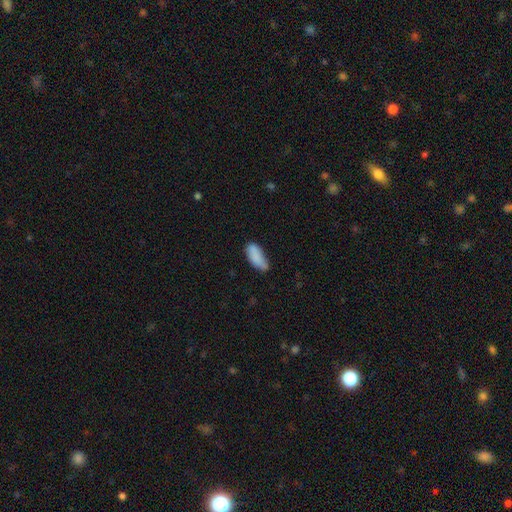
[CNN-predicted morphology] smooth-or-featured: smooth: 86% | featured or disk: 8% | star or artifact: 7%
  how-rounded: in between: 78% | cigar-shaped: 20% | round: 2%
  merging: none: 55% | minor disturbance: 34% | major disturbance: 7% | merger: 4%